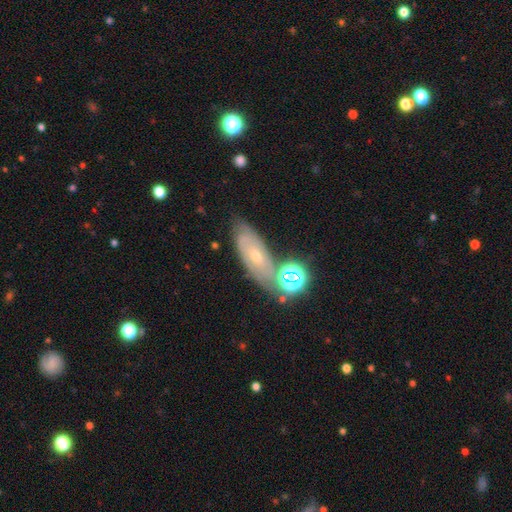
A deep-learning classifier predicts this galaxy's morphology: A featured or disk galaxy (57%). Merging: none (61%).